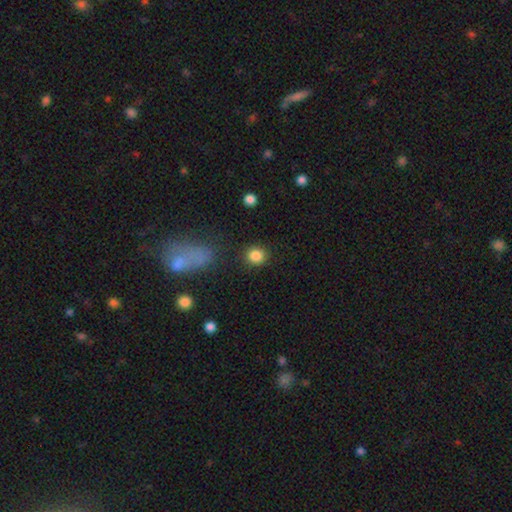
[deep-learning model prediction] Smooth or featured: smooth — 86% (star or artifact — 10%)
How rounded: round — 83% (in between — 16%)
Merging: none — 86% (minor disturbance — 8%)